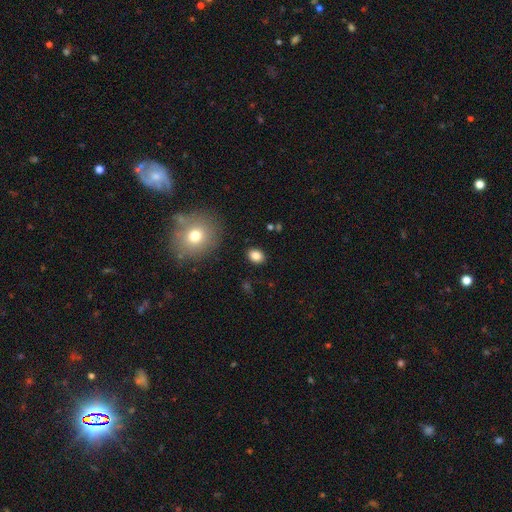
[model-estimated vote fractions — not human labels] Smooth or featured? Predicted: smooth (p=0.84). How rounded? Predicted: in between (p=0.65). Merging? Predicted: none (p=0.88).